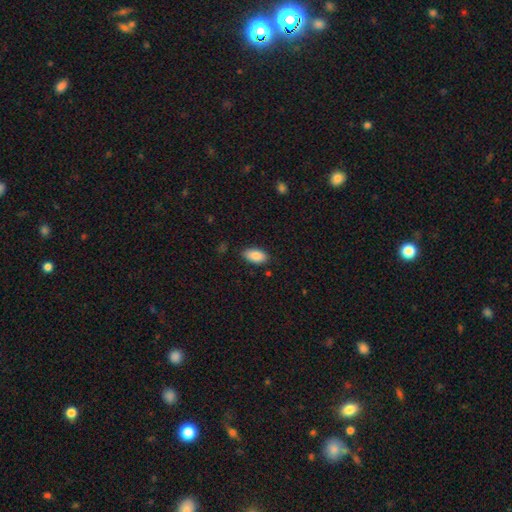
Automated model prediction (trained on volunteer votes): This is clearly a smooth galaxy (87%). How rounded: clearly in between (94%). Merging: clearly none (85%).